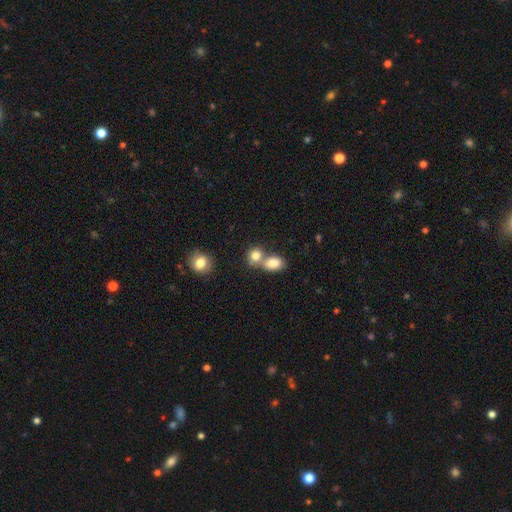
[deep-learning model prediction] Smooth or featured? Predicted: smooth (p=0.82). How rounded? Predicted: round (p=0.57). Merging? Predicted: merger (p=0.50).